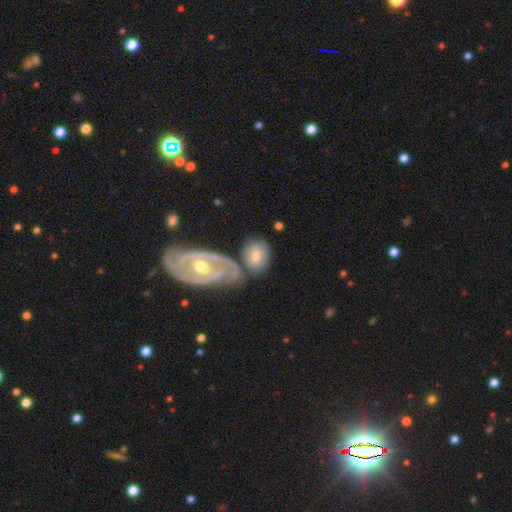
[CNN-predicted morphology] The model was most divided on "smooth or featured": smooth: 61%, featured or disk: 33%, star or artifact: 6%. More confident: how rounded — in between (71%); merging — none (52%).